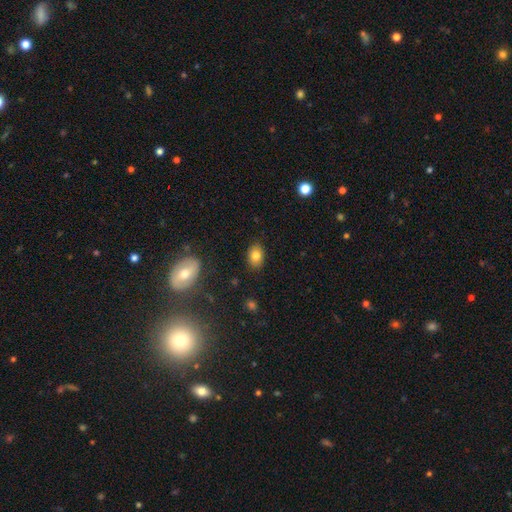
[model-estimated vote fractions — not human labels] smooth 79%, featured or disk 11%, star or artifact 10%. Down the decision tree: how rounded — in between (79%); merging — none (85%).